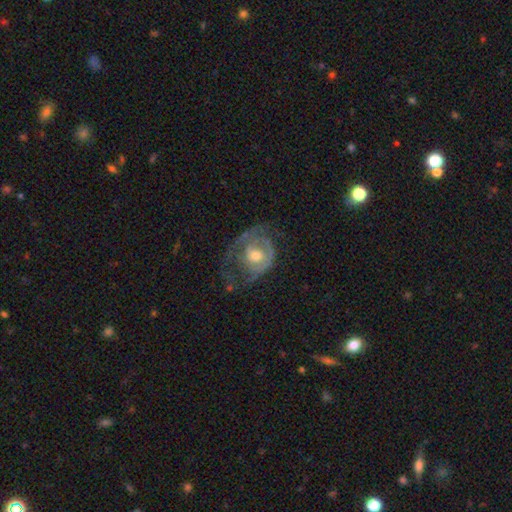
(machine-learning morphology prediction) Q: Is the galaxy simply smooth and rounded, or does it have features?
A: featured or disk — 68%.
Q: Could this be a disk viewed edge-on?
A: no — 96%.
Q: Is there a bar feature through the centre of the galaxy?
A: no — 77%.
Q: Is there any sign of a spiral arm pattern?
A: yes — 63%.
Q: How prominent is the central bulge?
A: moderate — 66%.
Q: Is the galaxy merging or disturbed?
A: none — 37%, tied with major disturbance.